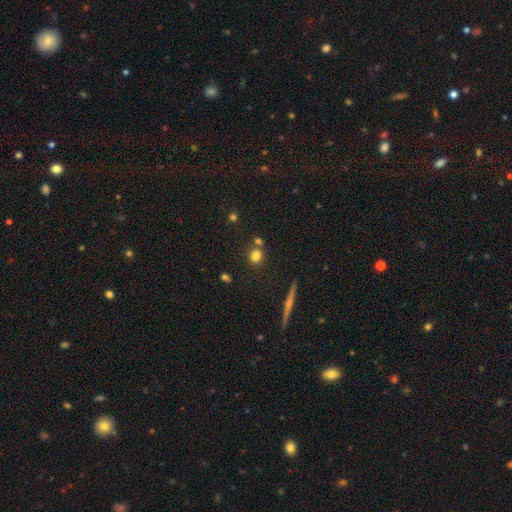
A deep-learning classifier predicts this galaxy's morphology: Smooth or featured? Predicted: smooth (p=0.76). How rounded? Predicted: round (p=0.75). Merging? Predicted: none (p=0.65).